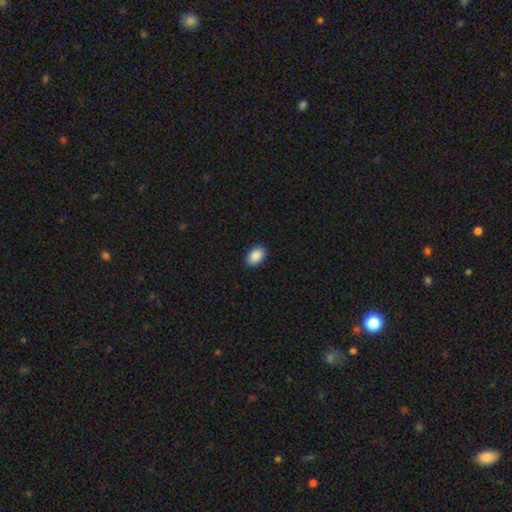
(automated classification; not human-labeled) A smooth galaxy with no disk features (90%) that is in between round and cigar-shaped (88%). Merging: none (88%).